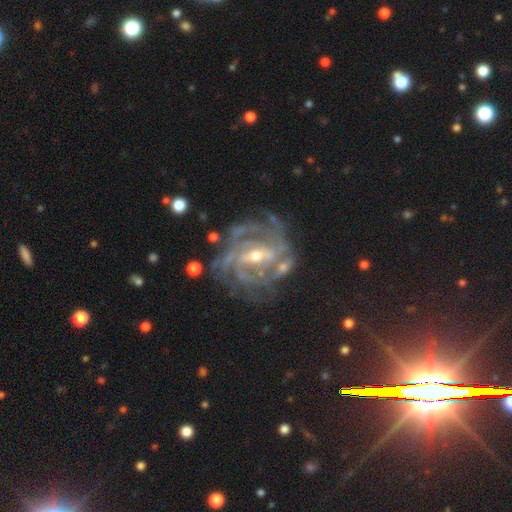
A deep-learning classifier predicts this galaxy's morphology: Smooth or featured? Predicted: featured or disk (p=0.90). Edge-on disk? Predicted: no (p=0.97). Bar? Predicted: strong (p=0.42, tied with weak). Spiral arms? Predicted: yes (p=0.96). Spiral winding? Predicted: tight (p=0.58). Spiral arm count? Predicted: can't tell (p=0.24, tied with 3). Bulge size? Predicted: moderate (p=0.48, tied with small). Merging? Predicted: none (p=0.64).